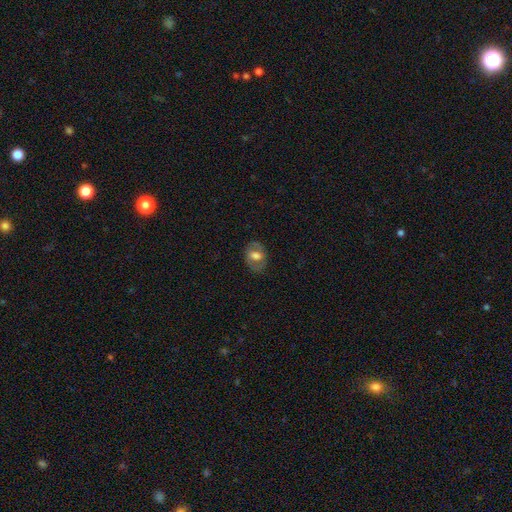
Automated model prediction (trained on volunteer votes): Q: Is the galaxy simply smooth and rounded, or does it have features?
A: smooth — 53%.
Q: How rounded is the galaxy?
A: in between — 70%.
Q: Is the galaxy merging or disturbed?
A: none — 75%.